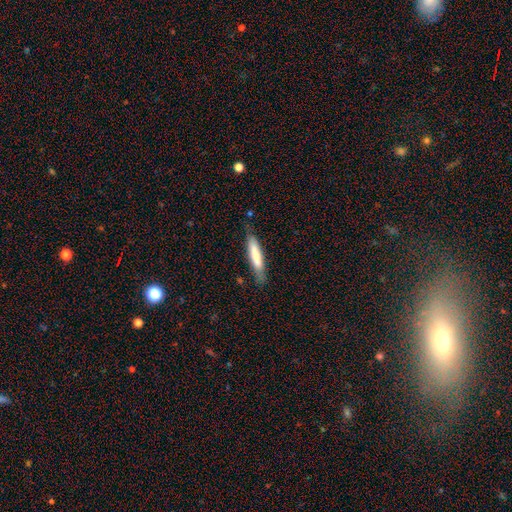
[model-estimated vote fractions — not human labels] This appears to be a smooth galaxy with no disk features (73%) that is cigar-shaped (84%). Merging: none (78%).